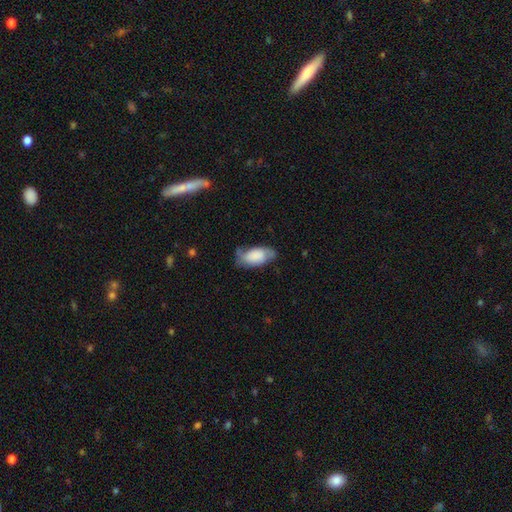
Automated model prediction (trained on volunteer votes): A smooth galaxy with no disk features (69%) that is in between round and cigar-shaped (93%). Merging: none (54%).